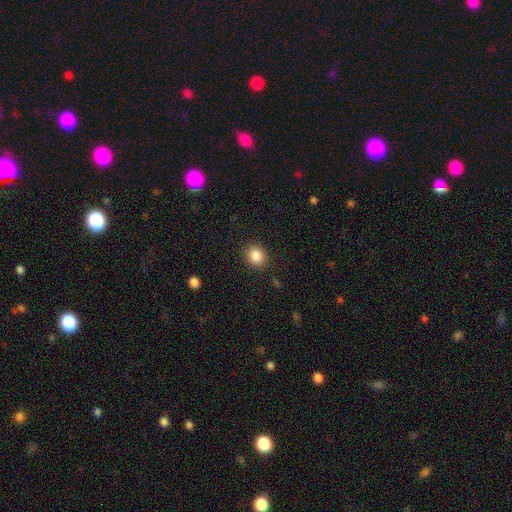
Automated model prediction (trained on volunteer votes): Morphology: type=smooth (86%); roundness=round (76%); merging=none (90%).